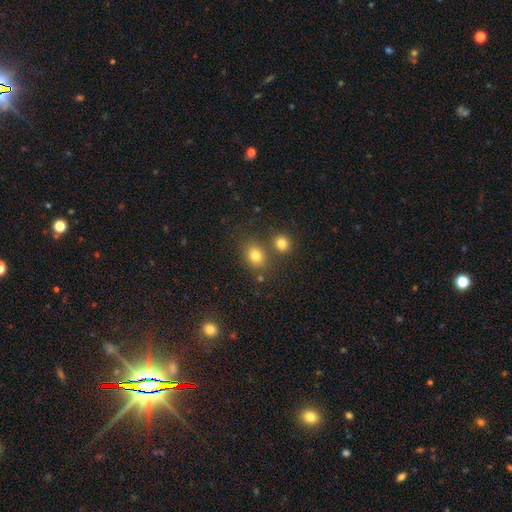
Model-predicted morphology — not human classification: The model was most divided on "how rounded": round: 52%, in between: 47%, cigar-shaped: 1%. More confident: smooth or featured — smooth (78%); merging — none (66%).